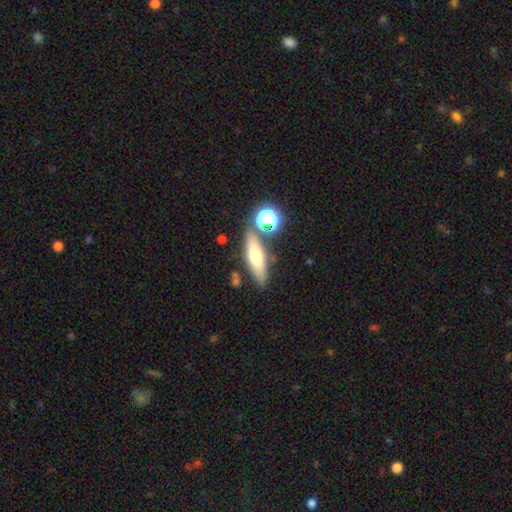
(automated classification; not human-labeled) A smooth galaxy with no disk features (53%) that is cigar-shaped (54%). Merging: none (77%).